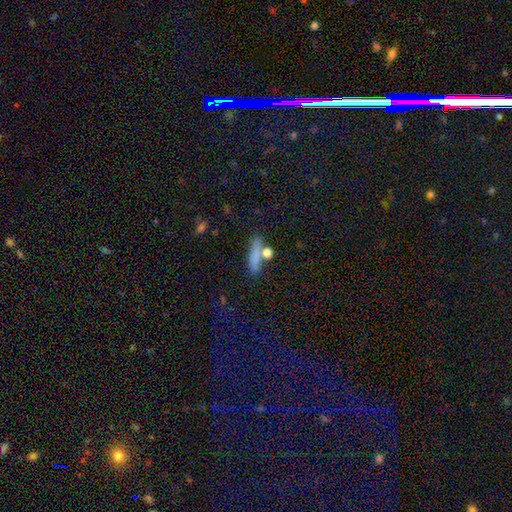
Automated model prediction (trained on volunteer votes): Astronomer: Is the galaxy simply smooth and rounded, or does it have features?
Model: smooth — 76%.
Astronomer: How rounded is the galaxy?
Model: cigar-shaped — 68%.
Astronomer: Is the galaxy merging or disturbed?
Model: none — 69%.